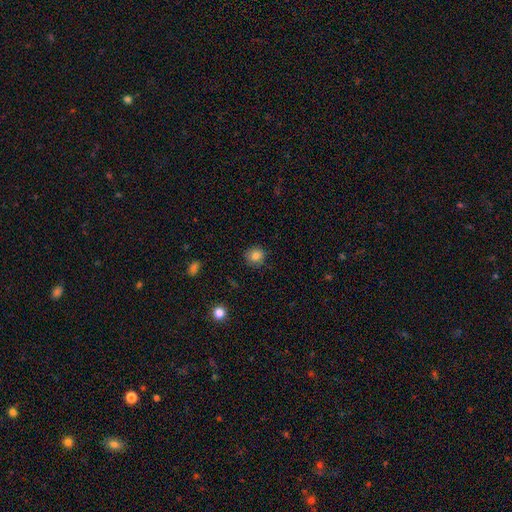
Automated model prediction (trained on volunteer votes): Smooth or featured: smooth — 83% (star or artifact — 11%)
How rounded: round — 89% (in between — 10%)
Merging: none — 85% (minor disturbance — 11%)